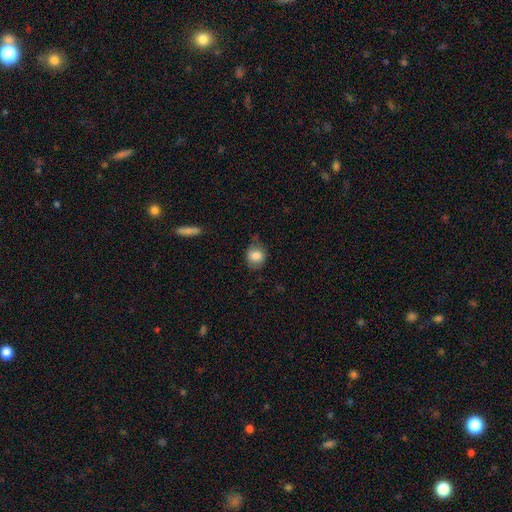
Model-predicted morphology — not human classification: A smooth galaxy with no disk features (83%) that is round (72%). Merging: none (66%).